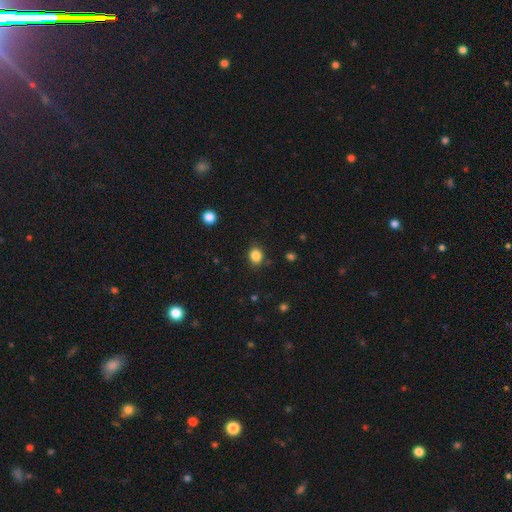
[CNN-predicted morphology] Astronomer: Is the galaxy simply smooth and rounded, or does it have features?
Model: smooth — 85%.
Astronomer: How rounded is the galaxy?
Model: round — 64%.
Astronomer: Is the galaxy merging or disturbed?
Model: none — 84%.